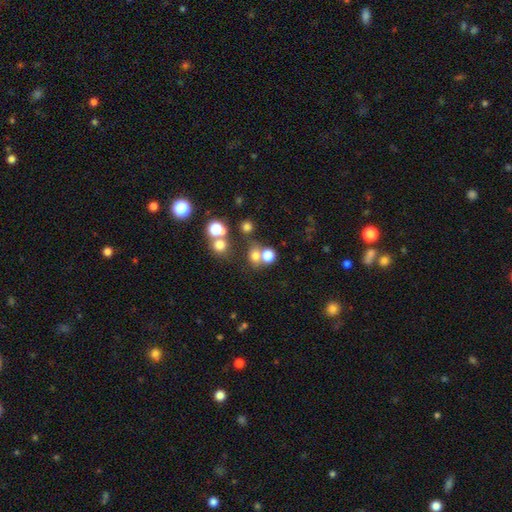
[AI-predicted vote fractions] Smooth or featured? smooth (69%)
How rounded? round (76%)
Merging? none (52%)